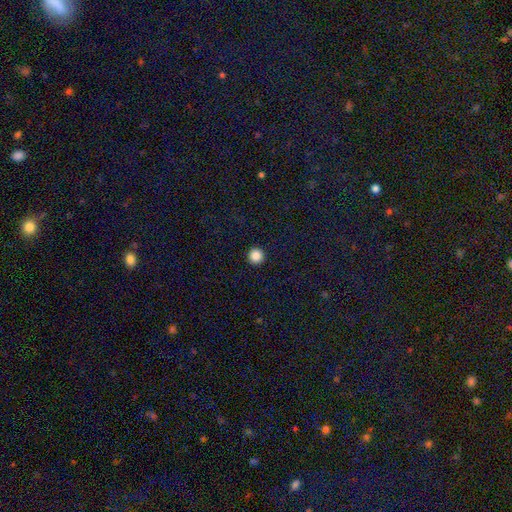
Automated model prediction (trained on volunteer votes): smooth-or-featured: smooth: 86% | star or artifact: 10% | featured or disk: 3%
  how-rounded: round: 96% | in between: 3% | cigar-shaped: 1%
  merging: none: 94% | minor disturbance: 3% | major disturbance: 1% | merger: 1%